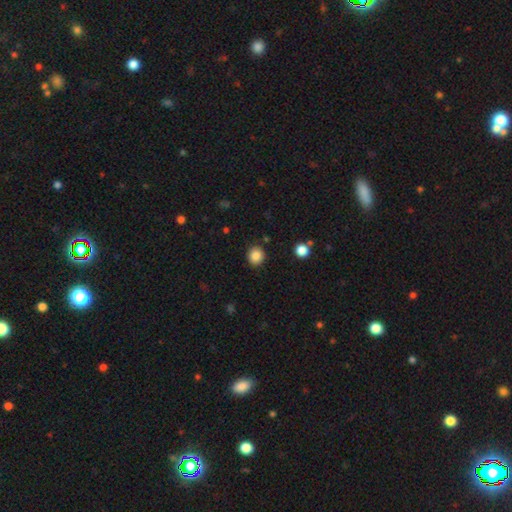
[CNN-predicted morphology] smooth_or_featured: smooth (p=0.86) [alt: star or artifact p=0.10]
how_rounded: round (p=0.87) [alt: in between p=0.12]
merging: none (p=0.90) [alt: minor disturbance p=0.07]